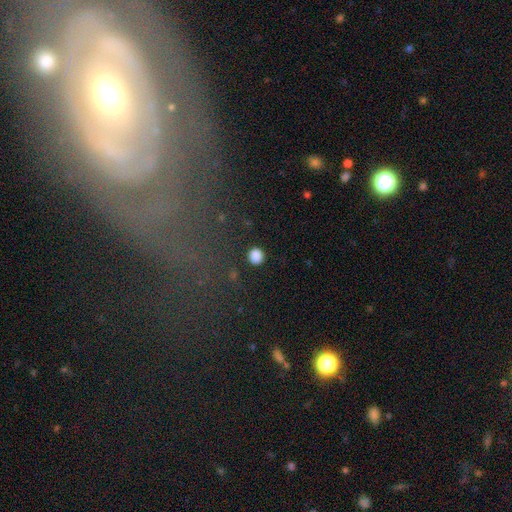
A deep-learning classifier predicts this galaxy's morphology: smooth 85%, star or artifact 11%, featured or disk 4%. Down the decision tree: how rounded — round (91%); merging — none (90%).